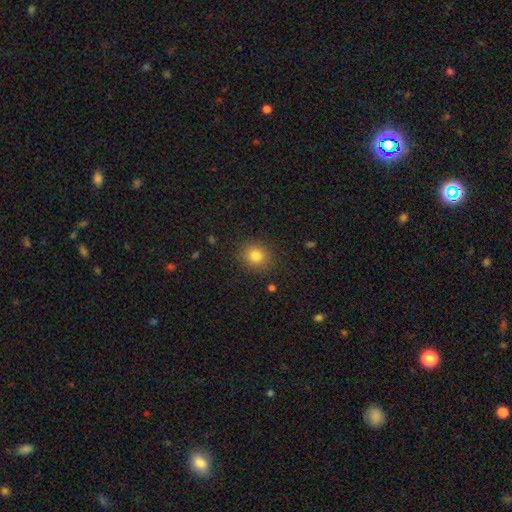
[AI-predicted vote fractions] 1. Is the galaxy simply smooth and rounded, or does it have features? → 81% smooth, 12% star or artifact, 7% featured or disk.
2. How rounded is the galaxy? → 86% round, 13% in between, 1% cigar-shaped.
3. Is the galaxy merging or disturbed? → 89% none, 7% minor disturbance, 3% major disturbance, 1% merger.